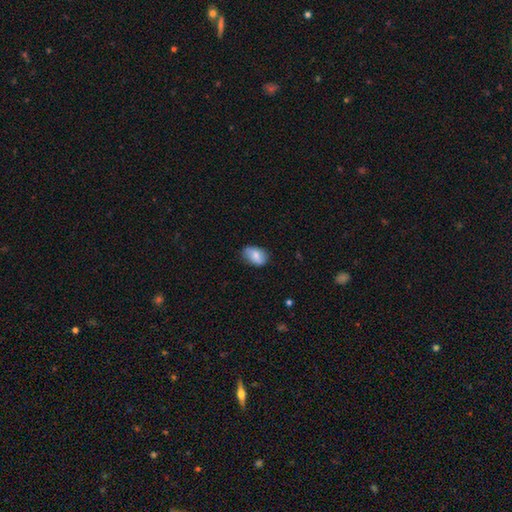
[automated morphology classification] type=smooth (78%); roundness=in between (85%); merging=none (72%).